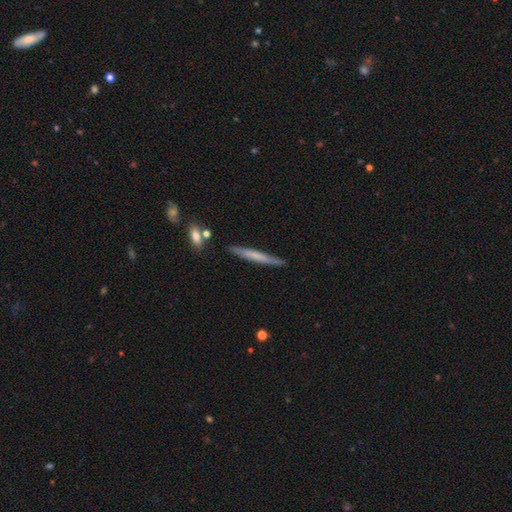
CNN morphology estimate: type=smooth (55%); roundness=cigar-shaped (96%); merging=none (85%).